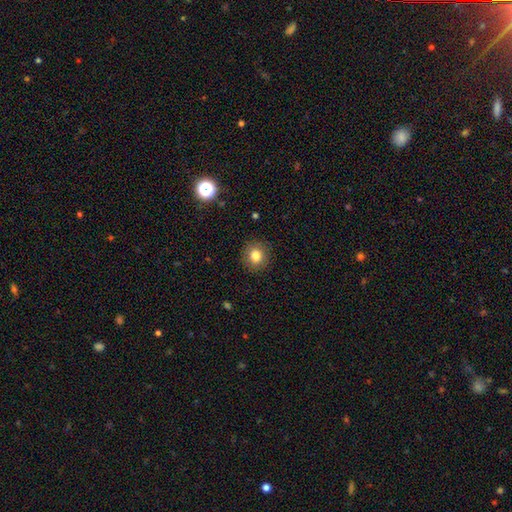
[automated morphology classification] smooth 82%, star or artifact 10%, featured or disk 8%. Down the decision tree: how rounded — round (87%); merging — none (89%).